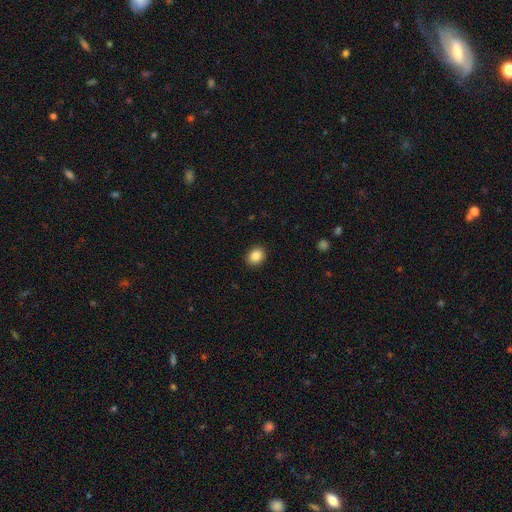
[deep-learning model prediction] This appears to be a smooth galaxy with no disk features (86%) that is round (53%). Merging: none (91%).